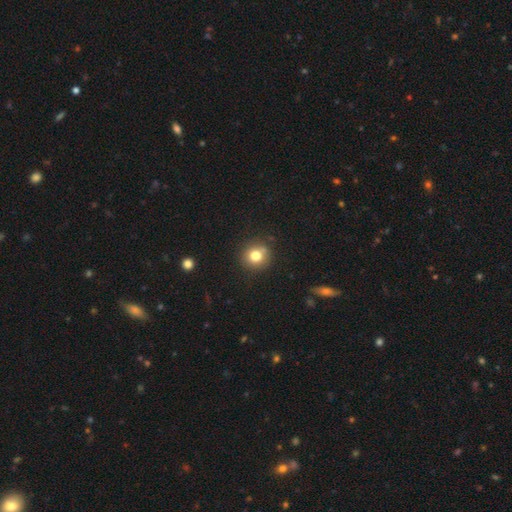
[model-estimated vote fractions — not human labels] The model was most divided on "smooth or featured": smooth: 79%, star or artifact: 12%, featured or disk: 9%. More confident: how rounded — round (87%); merging — none (83%).